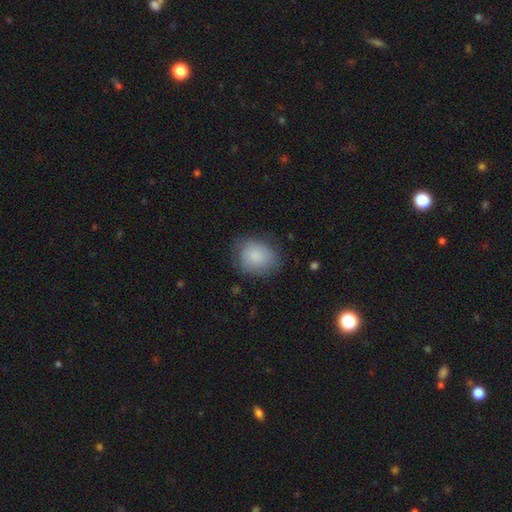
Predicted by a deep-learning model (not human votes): smooth 84%, featured or disk 9%, star or artifact 7%. Down the decision tree: how rounded — round (57%); merging — none (68%).